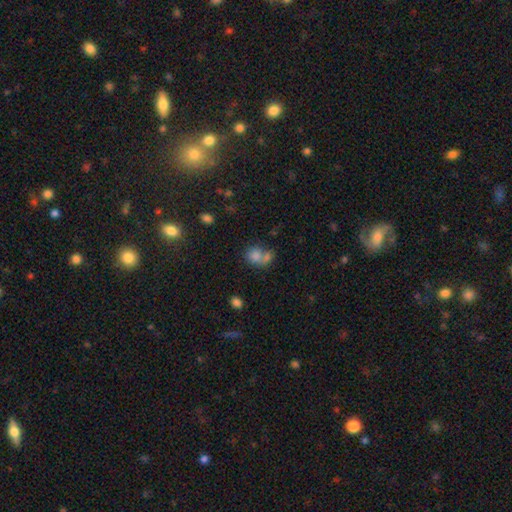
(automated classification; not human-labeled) Q: Smooth or featured?
A: smooth (77%); runner-up: featured or disk (12%)
Q: How rounded?
A: round (59%); runner-up: in between (40%)
Q: Merging?
A: merger (55%); runner-up: none (29%)